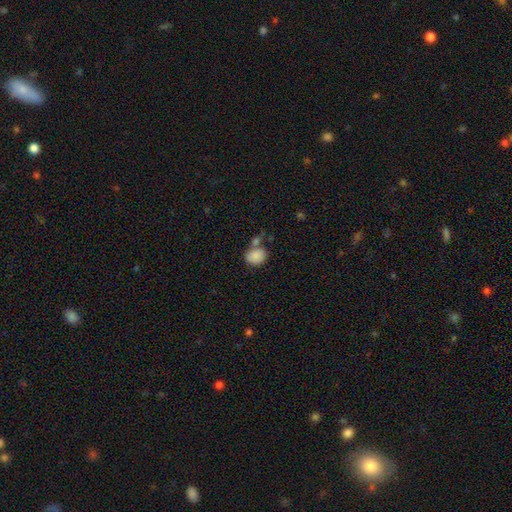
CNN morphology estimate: smooth-or-featured: smooth: 86% | star or artifact: 8% | featured or disk: 6%
  how-rounded: round: 50% | in between: 49% | cigar-shaped: 1%
  merging: none: 52% | merger: 27% | minor disturbance: 16% | major disturbance: 6%